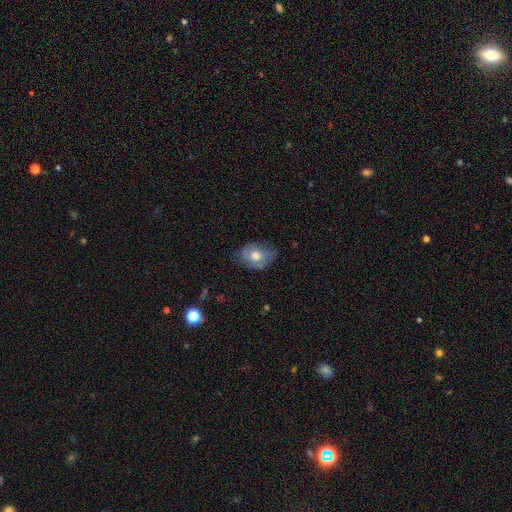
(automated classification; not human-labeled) This appears to be a smooth galaxy with no disk features (64%) that is in between round and cigar-shaped (71%). Merging: none (68%).